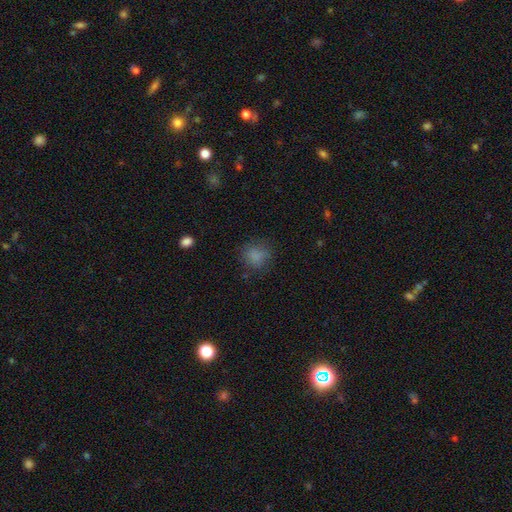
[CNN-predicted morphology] Smooth or featured? smooth (81%)
How rounded? round (79%)
Merging? none (76%)